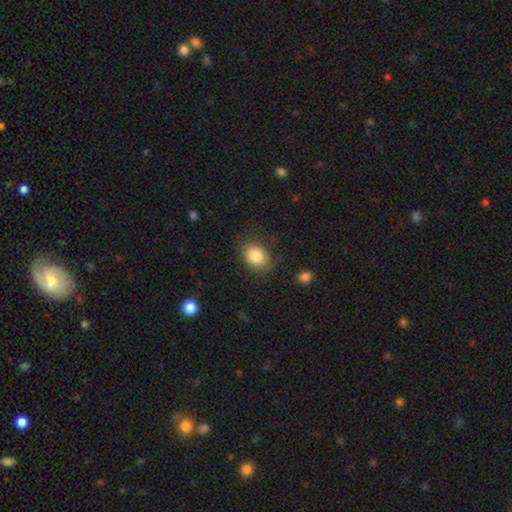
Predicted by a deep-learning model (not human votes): A smooth galaxy with no disk features (84%) that is in between round and cigar-shaped (70%).

Vote fractions:
- Smooth or featured? smooth: 84% / star or artifact: 8% / featured or disk: 8%
- How rounded? in between: 70% / round: 29% / cigar-shaped: 1%
- Merging? none: 79% / minor disturbance: 15% / major disturbance: 5% / merger: 2%